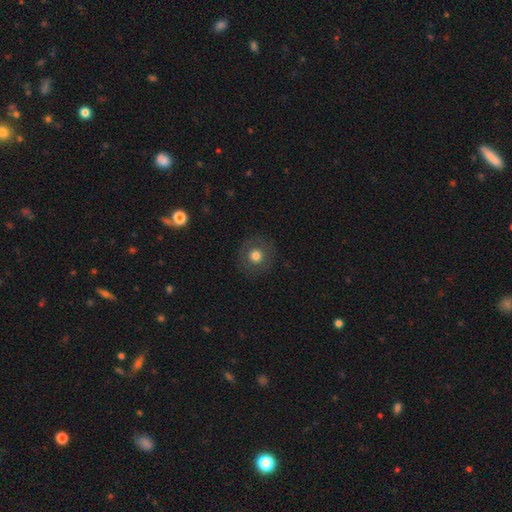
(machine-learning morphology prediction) smooth 71%, featured or disk 19%, star or artifact 10%. Down the decision tree: how rounded — round (94%); merging — none (88%).